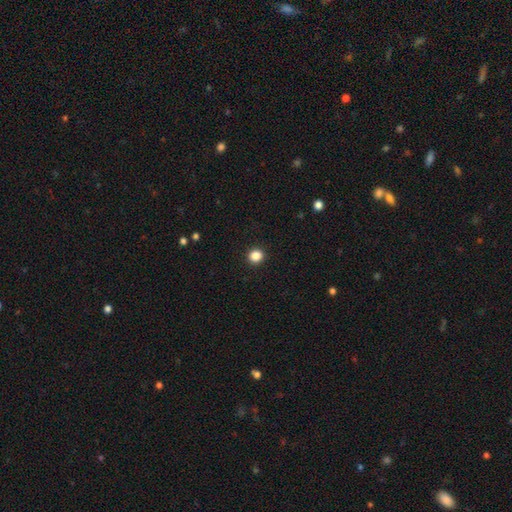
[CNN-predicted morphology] The model was most divided on "smooth or featured": smooth: 86%, star or artifact: 11%, featured or disk: 3%. More confident: merging — none (93%); how rounded — round (90%).